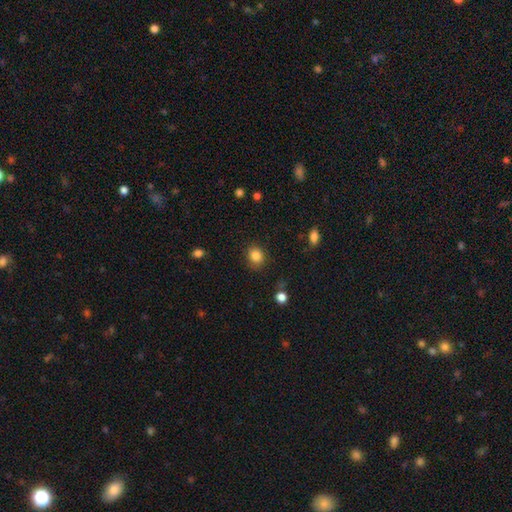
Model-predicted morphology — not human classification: Smooth or featured? smooth (85%)
How rounded? round (71%)
Merging? none (83%)